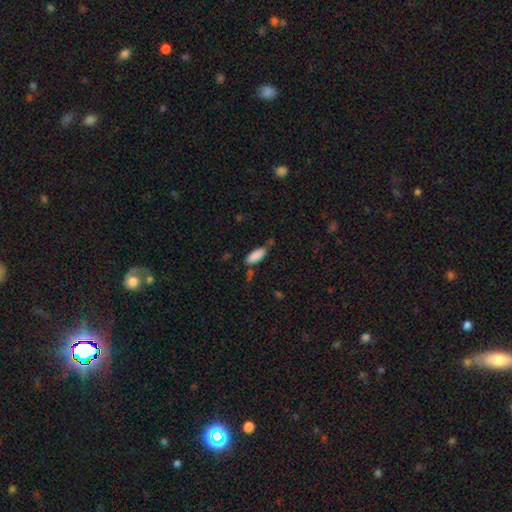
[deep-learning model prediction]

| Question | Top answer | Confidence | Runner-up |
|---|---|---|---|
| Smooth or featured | smooth | 87% | star or artifact (7%) |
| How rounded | in between | 76% | cigar-shaped (22%) |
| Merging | none | 61% | minor disturbance (23%) |